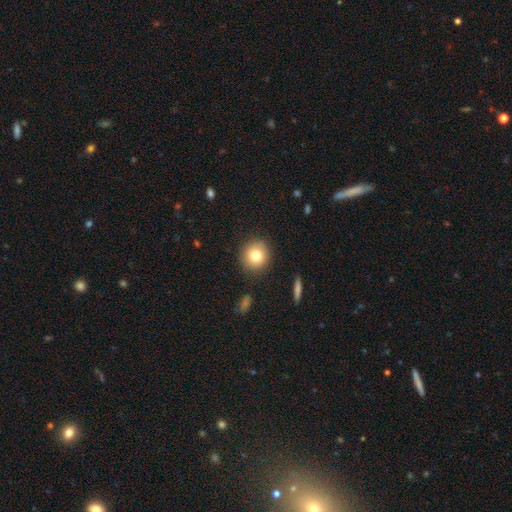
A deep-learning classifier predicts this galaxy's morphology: Overall: smooth (79%). How rounded: round (87%). Merging: none (87%).